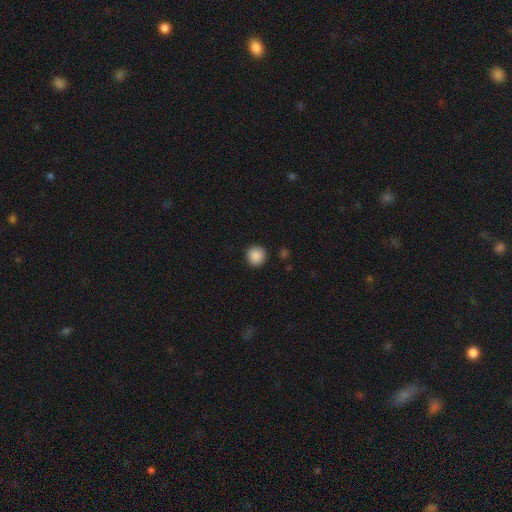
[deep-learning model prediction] Overall: smooth (89%). How rounded: round (94%). Merging: none (91%).